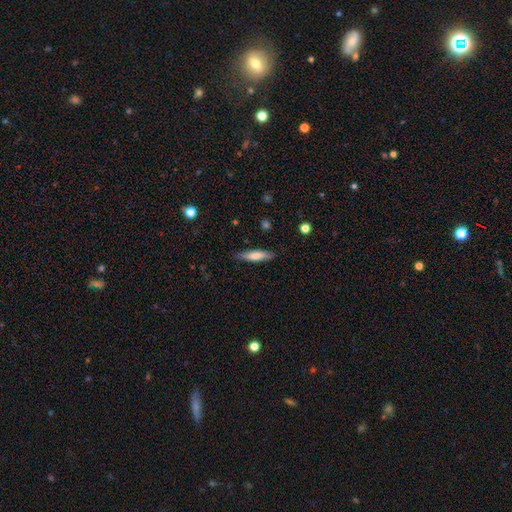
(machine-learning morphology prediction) This is likely a smooth galaxy (68%). How rounded: likely cigar-shaped (78%). Merging: clearly none (84%).